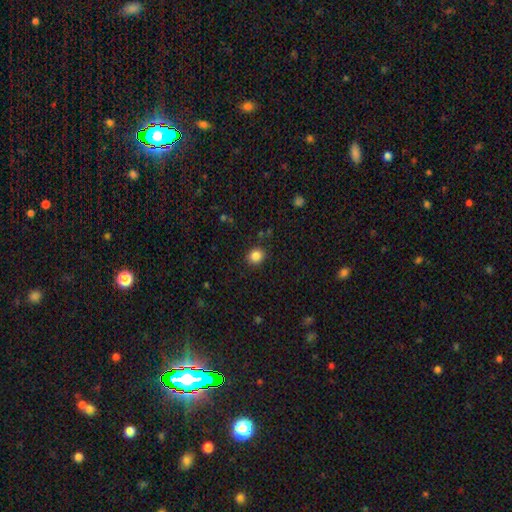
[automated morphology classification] Overall: smooth (86%). How rounded: round (74%). Merging: none (88%).